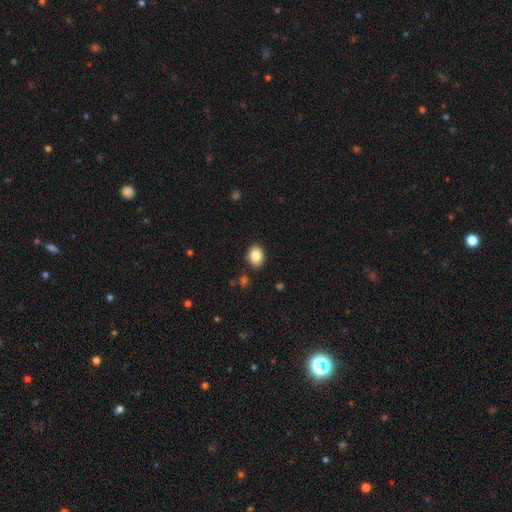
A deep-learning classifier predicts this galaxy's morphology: Smooth or featured? smooth (85%)
How rounded? in between (60%)
Merging? none (88%)